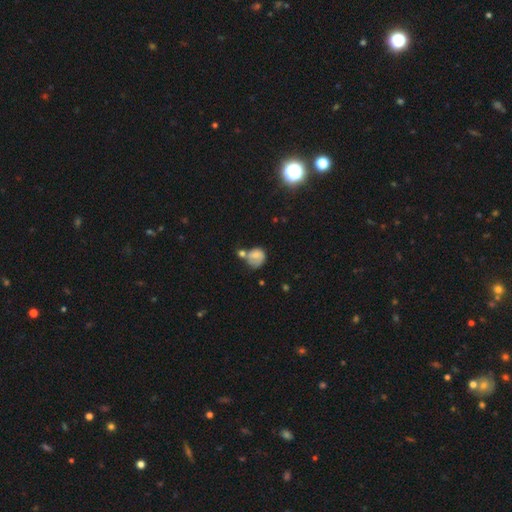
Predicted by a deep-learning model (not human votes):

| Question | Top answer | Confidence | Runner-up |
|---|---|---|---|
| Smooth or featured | smooth | 56% | featured or disk (33%) |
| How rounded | round | 66% | in between (33%) |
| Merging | none | 34% | merger (30%) |